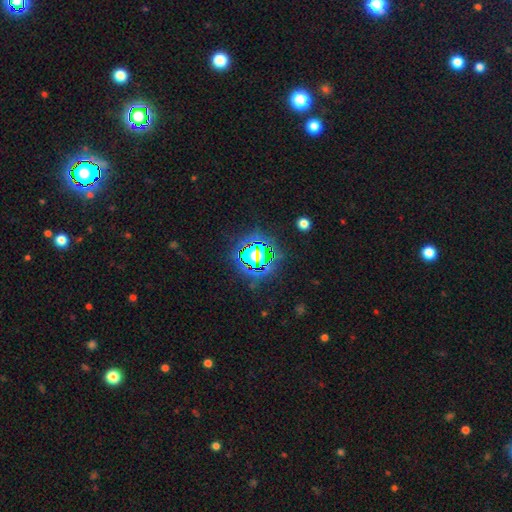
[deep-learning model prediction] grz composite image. It shows a star or artifact, not a galaxy (76%).